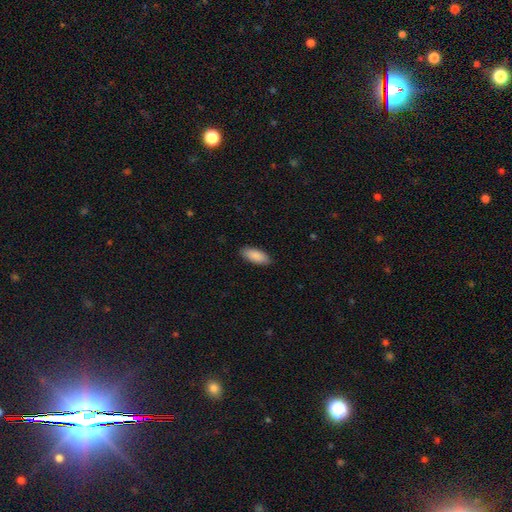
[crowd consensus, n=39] A smooth galaxy with no disk features (92%) that is in between round and cigar-shaped (92%).

Vote fractions:
- Smooth or featured? smooth: 92% / featured or disk: 8% / star or artifact: 0%
- How rounded? in between: 92% / cigar-shaped: 8% / round: 0%
- Merging? none: 87% / minor disturbance: 8% / major disturbance: 5% / merger: 0%